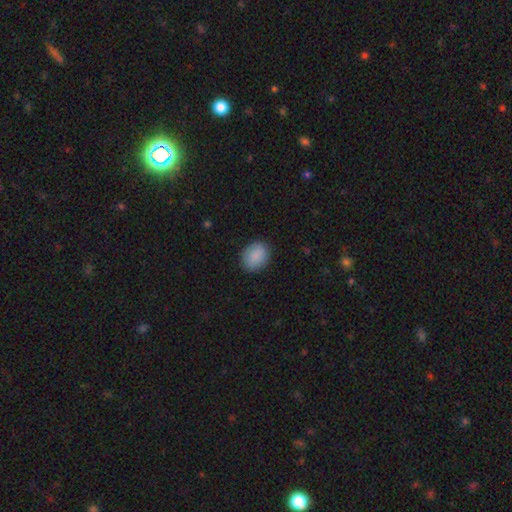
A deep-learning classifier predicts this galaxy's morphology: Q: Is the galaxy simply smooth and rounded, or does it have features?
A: smooth — 89%.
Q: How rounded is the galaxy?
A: round — 50%.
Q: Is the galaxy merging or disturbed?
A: none — 87%.